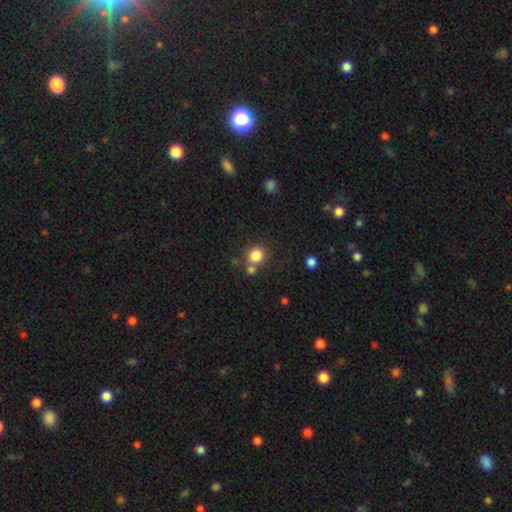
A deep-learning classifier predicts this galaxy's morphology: Smooth or featured: smooth — 83% (star or artifact — 12%)
How rounded: round — 86% (in between — 13%)
Merging: none — 65% (merger — 21%)